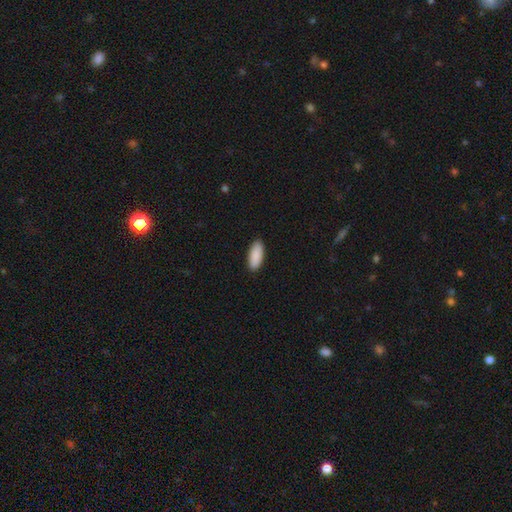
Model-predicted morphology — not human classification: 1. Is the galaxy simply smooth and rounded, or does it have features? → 91% smooth, 5% star or artifact, 4% featured or disk.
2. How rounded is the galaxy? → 85% in between, 14% cigar-shaped, 2% round.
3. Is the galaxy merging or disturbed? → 90% none, 7% minor disturbance, 2% major disturbance, 1% merger.